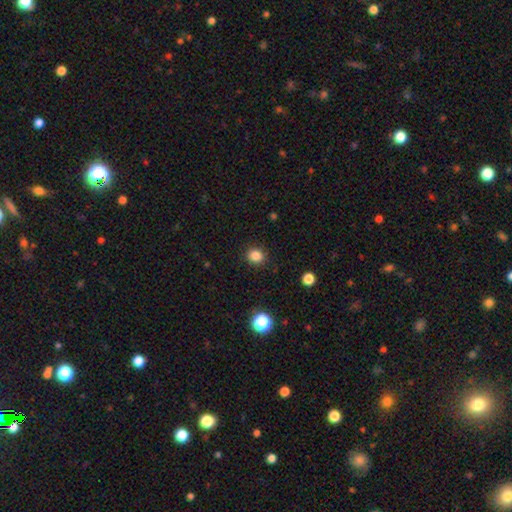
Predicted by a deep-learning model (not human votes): This appears to be a smooth galaxy with no disk features (84%) that is round (78%). Merging: none (90%).